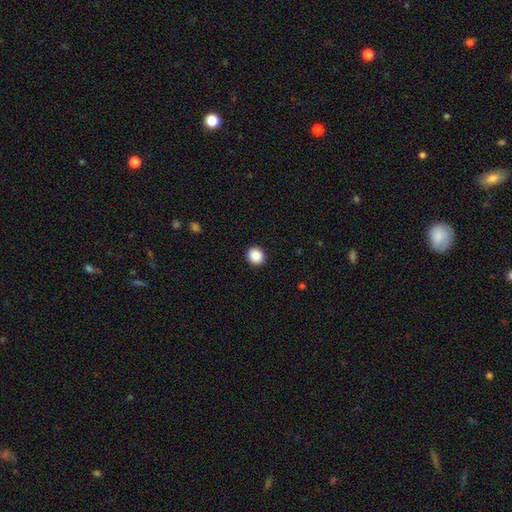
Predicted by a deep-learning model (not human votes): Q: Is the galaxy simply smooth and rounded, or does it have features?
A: smooth — 89%.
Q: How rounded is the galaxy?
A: round — 77%.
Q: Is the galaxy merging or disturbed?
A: none — 92%.